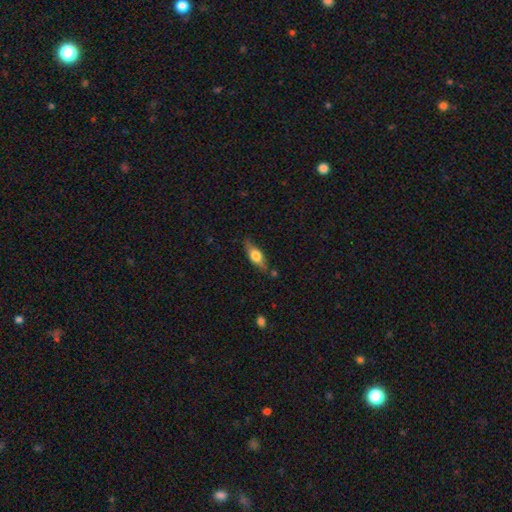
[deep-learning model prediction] This is possibly a smooth galaxy (55%). How rounded: likely in between (60%). Merging: likely none (76%).